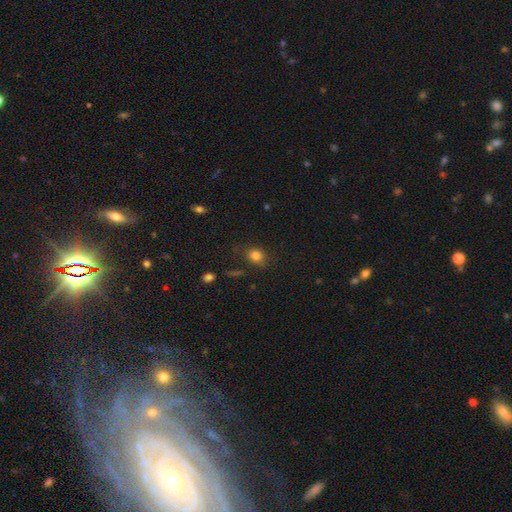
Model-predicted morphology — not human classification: A smooth galaxy with no disk features (81%) that is round (61%).

Vote fractions:
- Smooth or featured? smooth: 81% / star or artifact: 13% / featured or disk: 6%
- How rounded? round: 61% / in between: 37% / cigar-shaped: 1%
- Merging? none: 78% / minor disturbance: 15% / major disturbance: 5% / merger: 2%